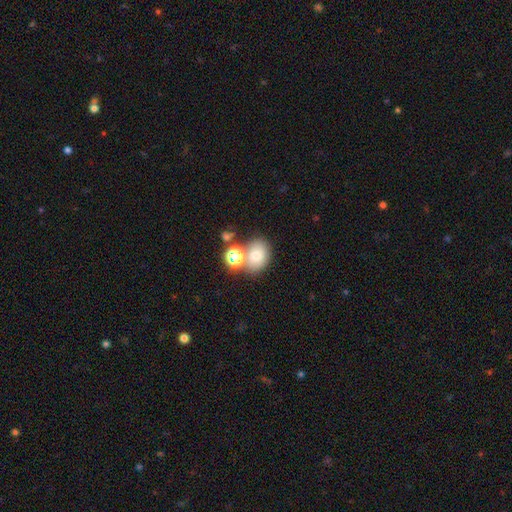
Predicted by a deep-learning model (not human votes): Smooth or featured? Predicted: smooth (p=0.68). How rounded? Predicted: in between (p=0.55). Merging? Predicted: none (p=0.53).